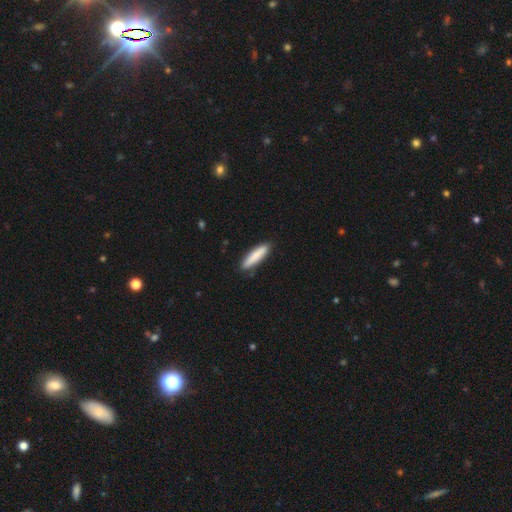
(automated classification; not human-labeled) Q: Smooth or featured?
A: smooth (84%); runner-up: featured or disk (11%)
Q: How rounded?
A: cigar-shaped (82%); runner-up: in between (16%)
Q: Merging?
A: none (87%); runner-up: minor disturbance (10%)